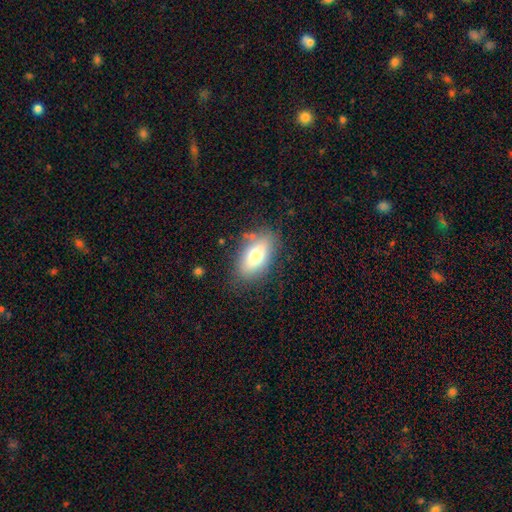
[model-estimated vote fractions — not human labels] Smooth or featured? smooth (72%)
How rounded? in between (89%)
Merging? none (77%)